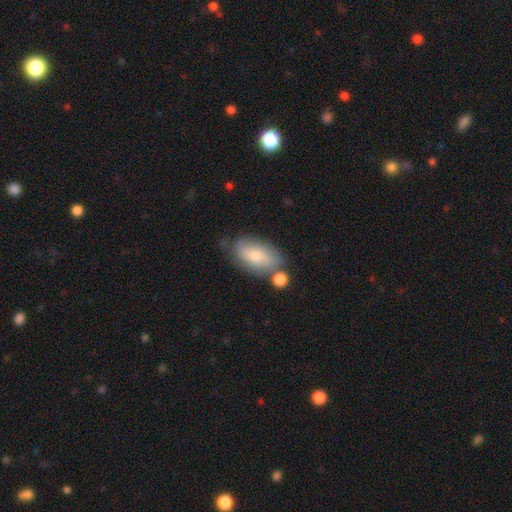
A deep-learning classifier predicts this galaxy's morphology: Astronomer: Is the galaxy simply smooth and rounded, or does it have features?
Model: smooth — 65%.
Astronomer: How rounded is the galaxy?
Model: in between — 90%.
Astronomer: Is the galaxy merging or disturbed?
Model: none — 59%.